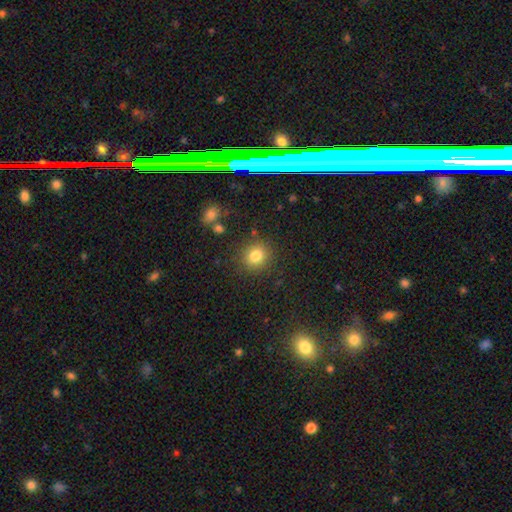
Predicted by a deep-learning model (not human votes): The model was most divided on "smooth or featured": smooth: 81%, star or artifact: 12%, featured or disk: 7%. More confident: merging — none (86%); how rounded — round (85%).